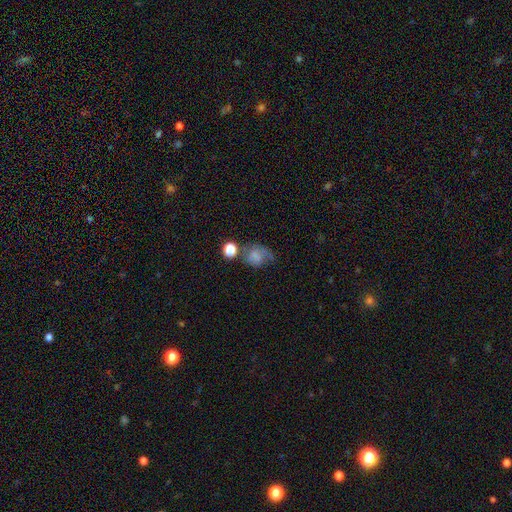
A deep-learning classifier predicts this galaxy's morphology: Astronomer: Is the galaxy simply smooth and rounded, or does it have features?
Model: smooth — 62%.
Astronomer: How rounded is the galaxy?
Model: round — 52% (runner-up: in between, 47%).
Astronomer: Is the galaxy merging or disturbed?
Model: none — 38% (runner-up: minor disturbance, 25%).